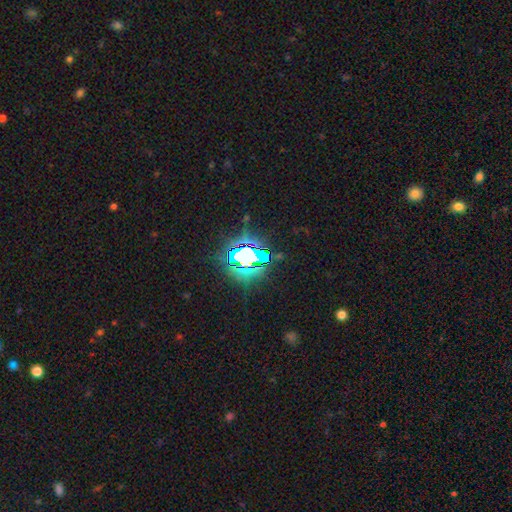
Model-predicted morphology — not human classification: type=star or artifact (79%).